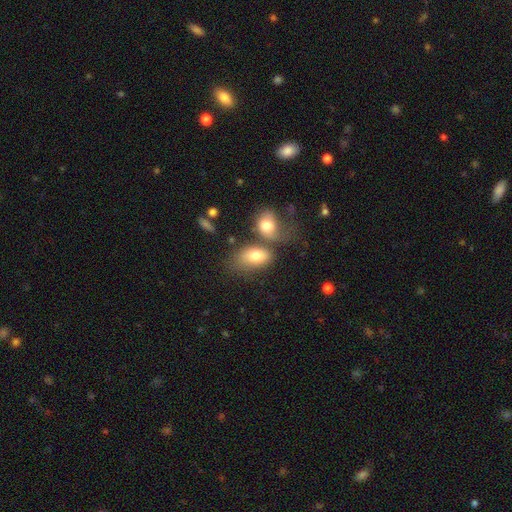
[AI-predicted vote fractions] smooth_or_featured: smooth (p=0.74) [alt: featured or disk p=0.18]
how_rounded: in between (p=0.86) [alt: round p=0.12]
merging: merger (p=0.43) [alt: none p=0.30]